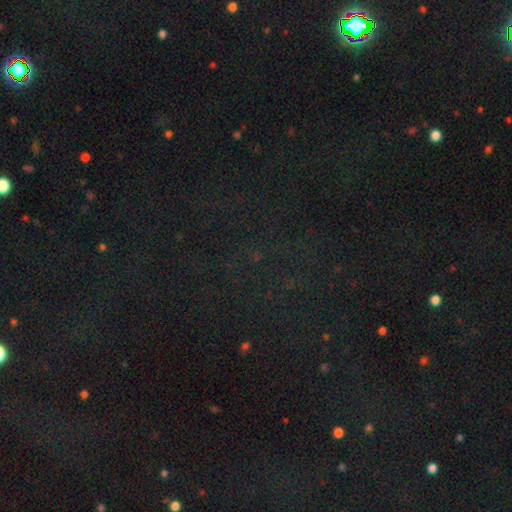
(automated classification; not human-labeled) A star or artifact, not a galaxy (78%).